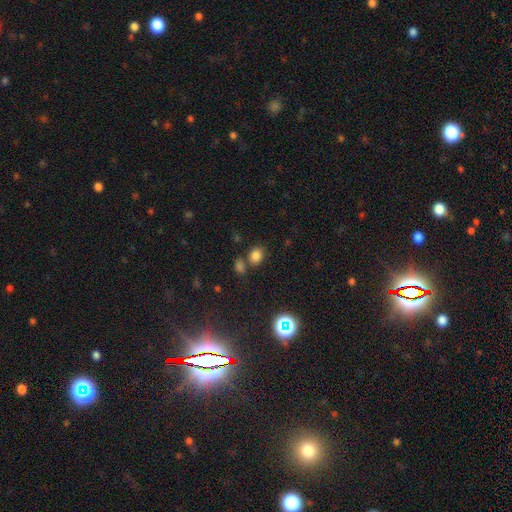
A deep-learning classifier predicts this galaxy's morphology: Smooth or featured: smooth — 77% (star or artifact — 17%)
How rounded: round — 56% (in between — 43%)
Merging: none — 68% (merger — 18%)